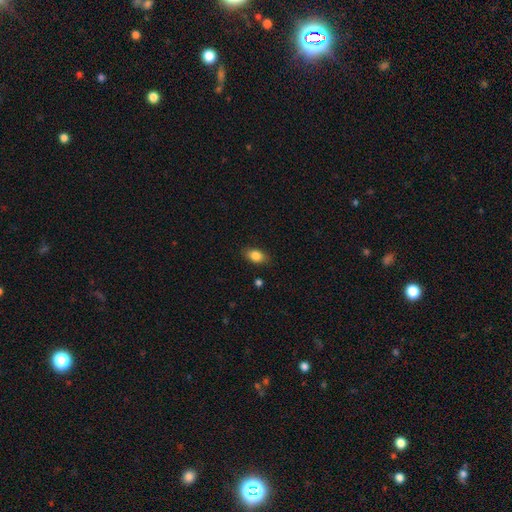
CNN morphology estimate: Smooth or featured?
  - smooth: 84% *
  - featured or disk: 8%
  - star or artifact: 8%
How rounded?
  - in between: 87% *
  - round: 11%
  - cigar-shaped: 3%
Merging?
  - none: 86% *
  - minor disturbance: 11%
  - major disturbance: 2%
  - merger: 1%